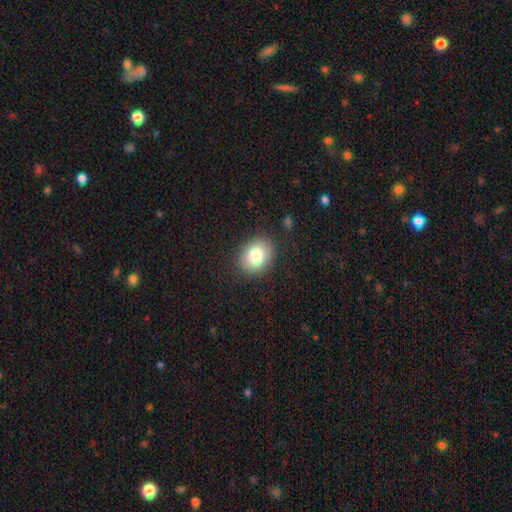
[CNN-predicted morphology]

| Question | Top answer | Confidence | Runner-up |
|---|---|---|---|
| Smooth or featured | smooth | 81% | featured or disk (10%) |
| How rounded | round | 54% | in between (45%) |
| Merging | none | 87% | minor disturbance (9%) |